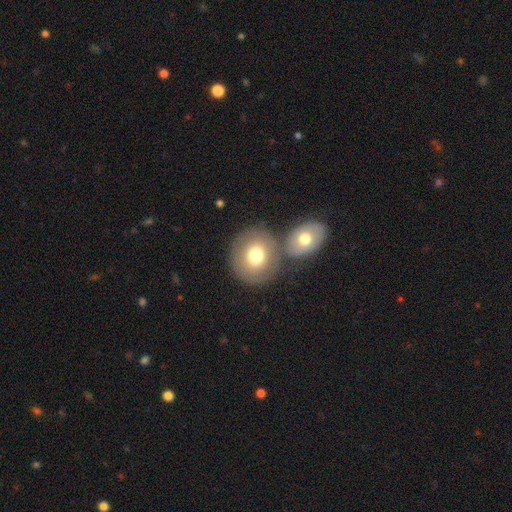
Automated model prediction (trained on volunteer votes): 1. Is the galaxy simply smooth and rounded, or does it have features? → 70% smooth, 23% featured or disk, 7% star or artifact.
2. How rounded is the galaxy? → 81% round, 18% in between, 1% cigar-shaped.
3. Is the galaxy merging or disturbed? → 55% none, 28% merger, 11% minor disturbance, 5% major disturbance.